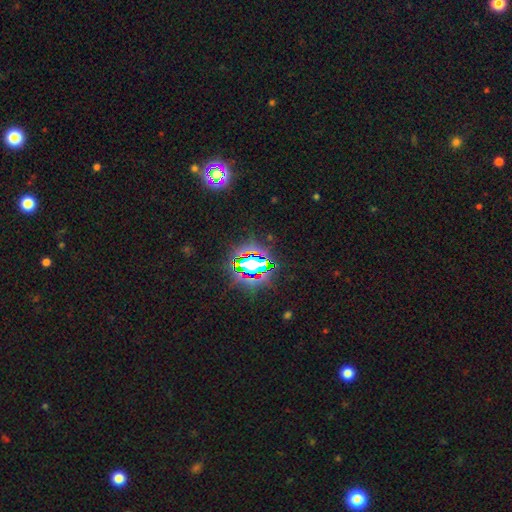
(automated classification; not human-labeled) This is likely a star or artifact rather than a galaxy (80%).